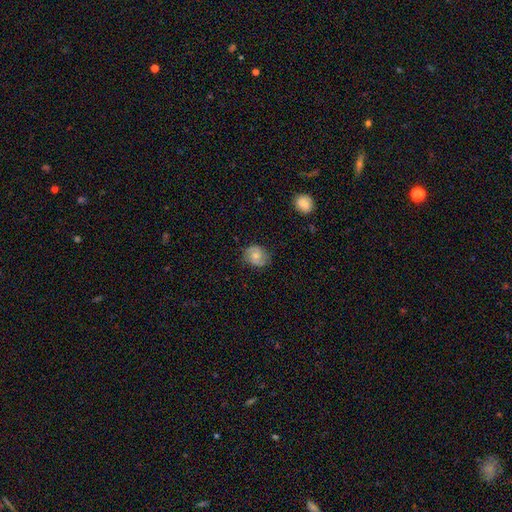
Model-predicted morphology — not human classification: The model was most divided on "smooth or featured": featured or disk: 50%, smooth: 42%, star or artifact: 8%. More confident: edge-on disk — no (97%); merging — none (77%).